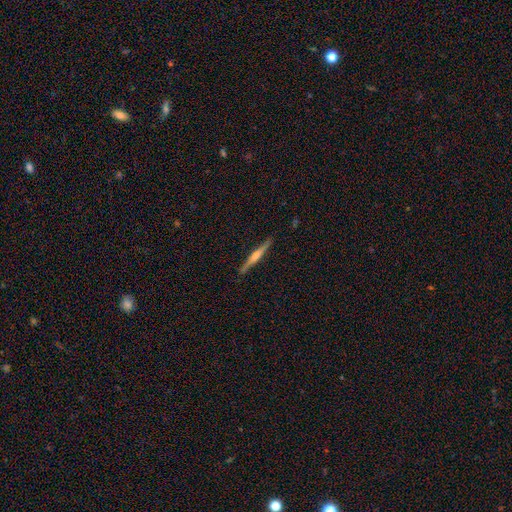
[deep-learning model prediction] A featured or disk galaxy (75%) viewed edge-on (98%) with a rounded central bulge (78%).

Vote fractions:
- Smooth or featured? featured or disk: 75% / smooth: 19% / star or artifact: 6%
- Edge-on disk? yes: 98% / no: 2%
- Edge-on bulge? rounded: 78% / boxy: 11% / none: 11%
- Merging? none: 91% / minor disturbance: 7% / major disturbance: 1% / merger: 1%